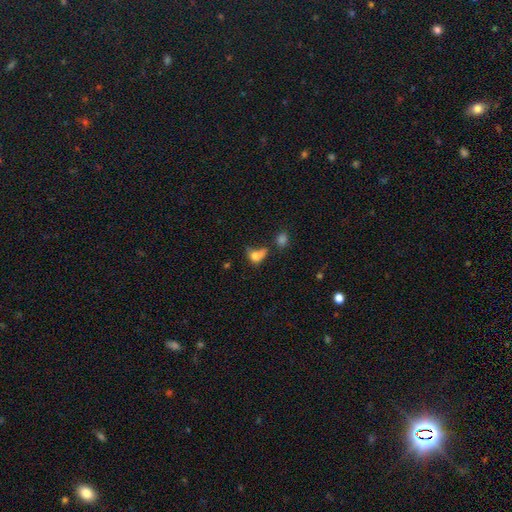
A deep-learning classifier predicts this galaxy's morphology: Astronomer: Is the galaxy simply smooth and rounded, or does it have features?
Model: smooth — 71%.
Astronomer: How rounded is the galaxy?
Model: in between — 63%.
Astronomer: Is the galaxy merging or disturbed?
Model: major disturbance — 28% (runner-up: merger, 27%).